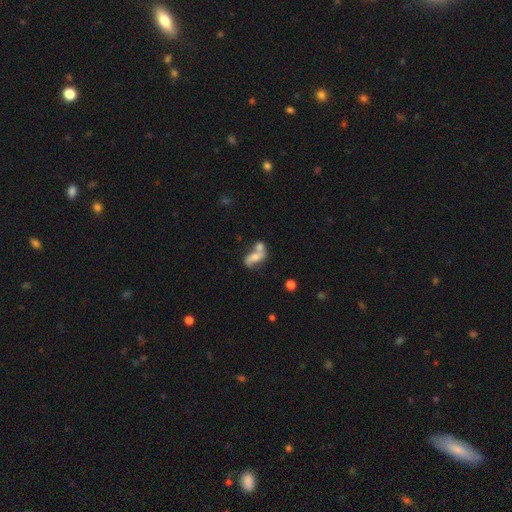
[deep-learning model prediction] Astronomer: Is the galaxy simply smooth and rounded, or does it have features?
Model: featured or disk — 57% (runner-up: smooth, 34%).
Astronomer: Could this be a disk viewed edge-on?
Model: no — 93%.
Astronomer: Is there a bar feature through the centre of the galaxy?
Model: no — 58%.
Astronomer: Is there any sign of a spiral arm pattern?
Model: yes — 77%.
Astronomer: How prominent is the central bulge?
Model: moderate — 36% (runner-up: small, 31%).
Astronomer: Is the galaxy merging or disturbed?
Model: merger — 49% (runner-up: none, 30%).